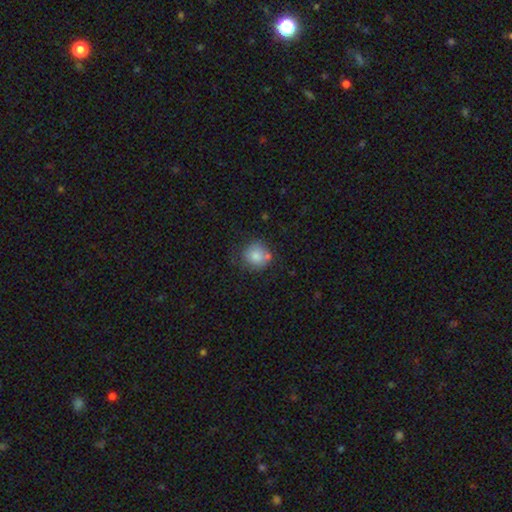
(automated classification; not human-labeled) A smooth galaxy with no disk features (80%) that is round (88%). Merging: none (66%).